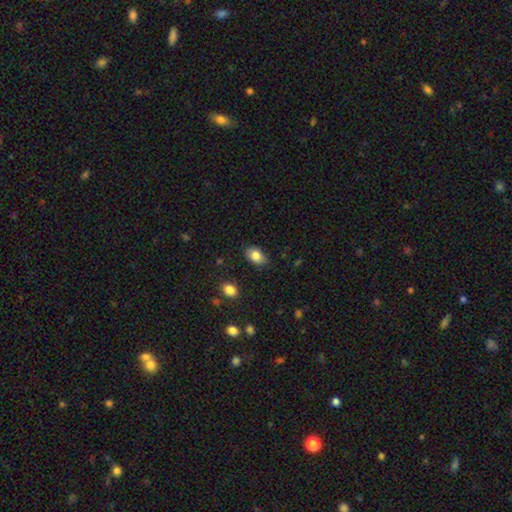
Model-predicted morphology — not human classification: smooth 82%, featured or disk 10%, star or artifact 8%. Down the decision tree: how rounded — in between (87%); merging — none (82%).